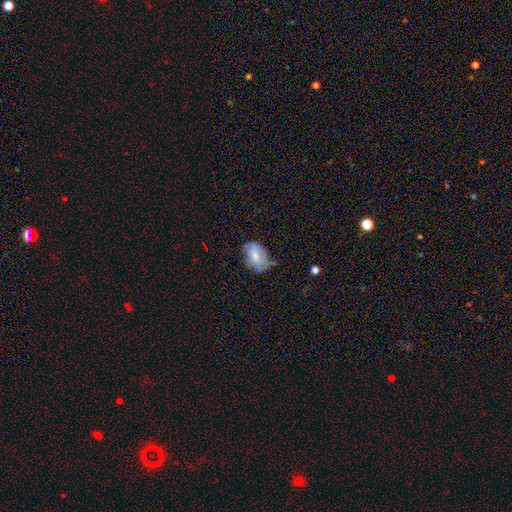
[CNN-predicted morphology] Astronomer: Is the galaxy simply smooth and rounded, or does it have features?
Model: smooth — 62%.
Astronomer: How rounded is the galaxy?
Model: in between — 81%.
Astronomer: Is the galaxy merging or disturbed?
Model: none — 56% (runner-up: minor disturbance, 34%).